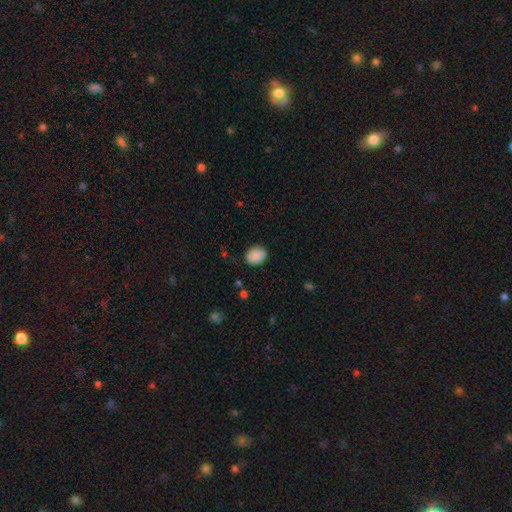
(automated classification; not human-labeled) Overall: smooth (89%). How rounded: in between (56%; round 43%). Merging: none (82%).